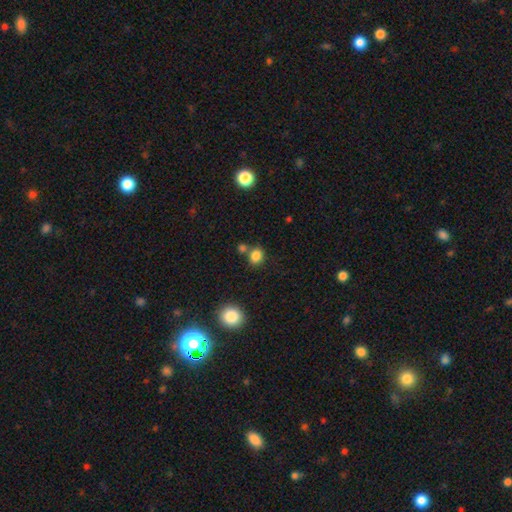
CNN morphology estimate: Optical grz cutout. It shows a smooth galaxy with no disk features (83%) that is round (60%). Merging: none (66%).